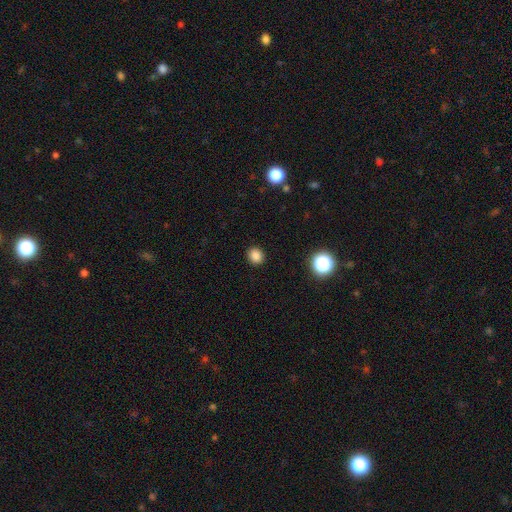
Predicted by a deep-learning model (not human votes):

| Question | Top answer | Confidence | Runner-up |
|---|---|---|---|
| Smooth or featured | smooth | 83% | star or artifact (13%) |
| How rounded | round | 80% | in between (19%) |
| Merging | none | 91% | minor disturbance (6%) |